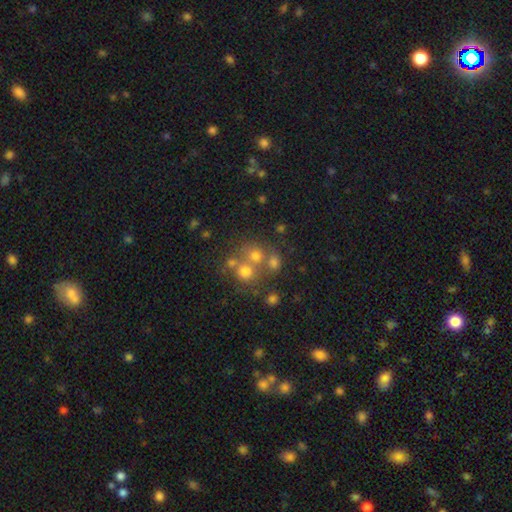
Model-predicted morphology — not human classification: A smooth galaxy with no disk features (64%) that is round (83%). Merging: none (48%).